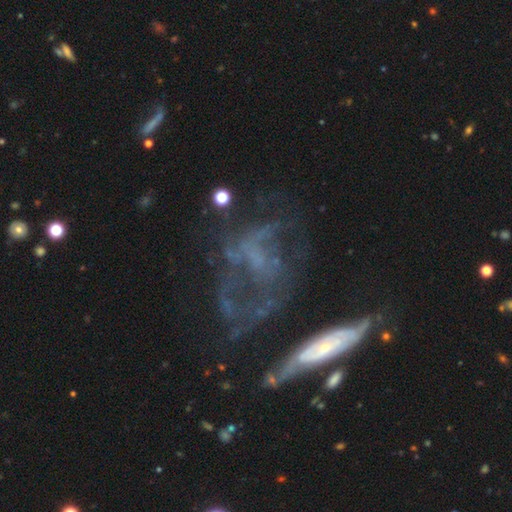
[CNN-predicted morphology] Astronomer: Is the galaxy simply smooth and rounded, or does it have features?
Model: featured or disk — 65%.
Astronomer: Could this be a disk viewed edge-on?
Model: no — 92%.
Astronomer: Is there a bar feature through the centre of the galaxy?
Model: no — 73%.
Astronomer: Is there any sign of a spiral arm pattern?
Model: no — 57% (runner-up: yes, 43%).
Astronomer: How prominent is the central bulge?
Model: none — 67%.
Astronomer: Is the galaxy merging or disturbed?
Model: none — 39% (runner-up: major disturbance, 33%).